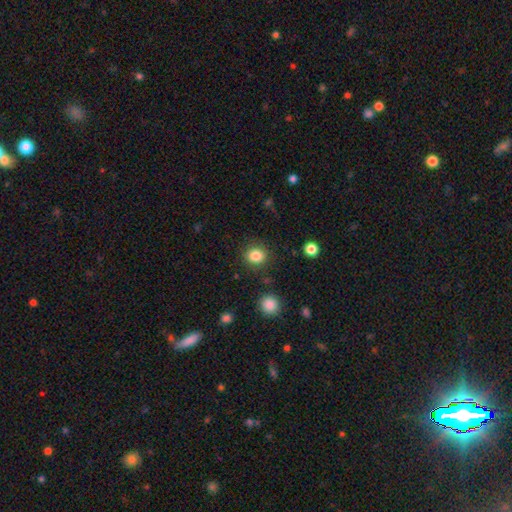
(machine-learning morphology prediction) Smooth or featured?
  - smooth: 85% *
  - star or artifact: 10%
  - featured or disk: 5%
How rounded?
  - round: 82% *
  - in between: 17%
  - cigar-shaped: 1%
Merging?
  - none: 86% *
  - minor disturbance: 8%
  - major disturbance: 4%
  - merger: 2%